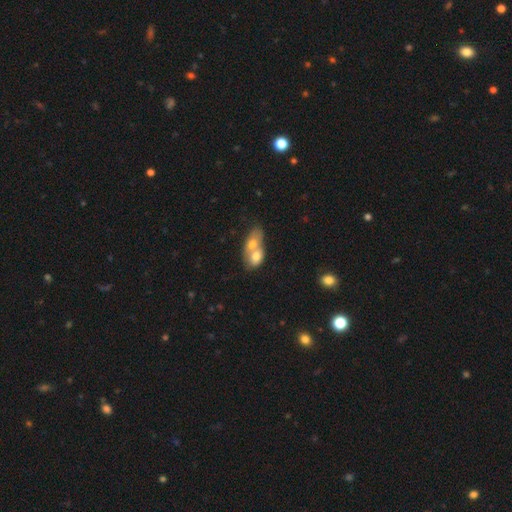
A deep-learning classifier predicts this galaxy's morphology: smooth_or_featured: smooth (p=0.69) [alt: featured or disk p=0.24]
how_rounded: in between (p=0.76) [alt: round p=0.20]
merging: merger (p=0.80) [alt: none p=0.12]